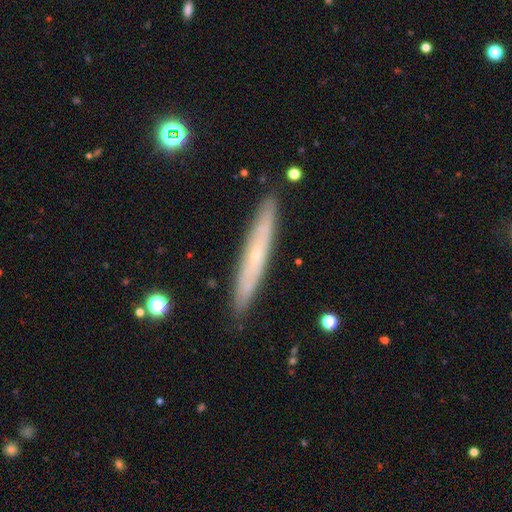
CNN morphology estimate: The model was most divided on "smooth or featured": featured or disk: 56%, smooth: 37%, star or artifact: 7%. More confident: merging — none (88%); edge-on disk — yes (82%).